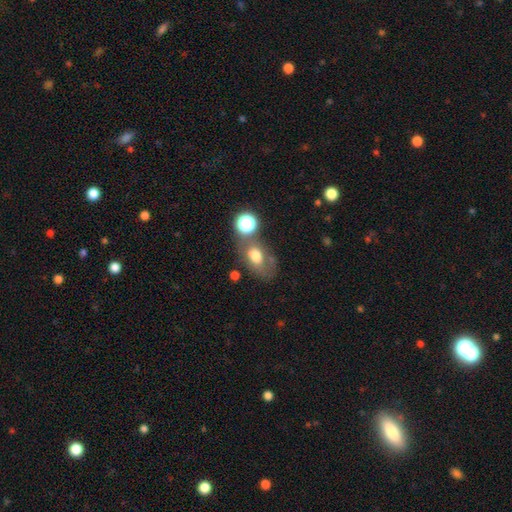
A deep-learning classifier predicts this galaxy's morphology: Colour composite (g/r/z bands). It shows a smooth galaxy with no disk features (66%) that is in between round and cigar-shaped (78%). Merging: none (46%).